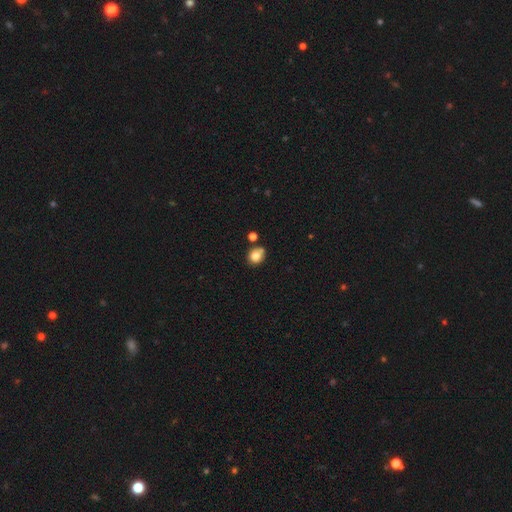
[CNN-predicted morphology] smooth 80%, star or artifact 11%, featured or disk 9%. Down the decision tree: how rounded — round (72%); merging — none (64%).